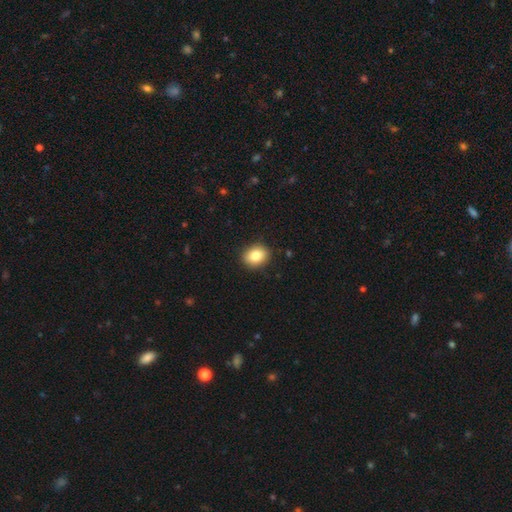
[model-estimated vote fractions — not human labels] The model was most divided on "how rounded": in between: 51%, round: 48%, cigar-shaped: 1%. More confident: merging — none (90%); smooth or featured — smooth (83%).